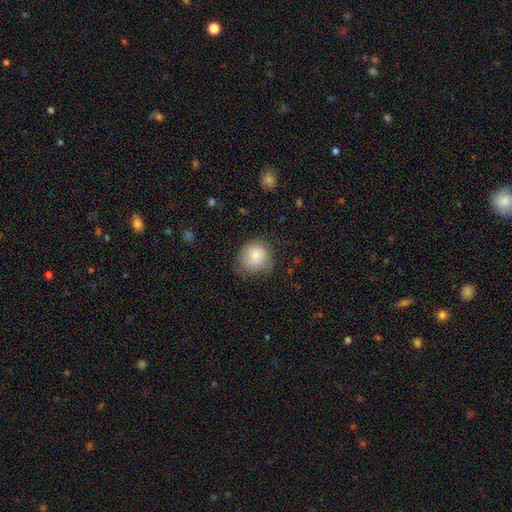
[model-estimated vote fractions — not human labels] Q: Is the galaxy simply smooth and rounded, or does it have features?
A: smooth — 80%.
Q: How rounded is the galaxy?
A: round — 82%.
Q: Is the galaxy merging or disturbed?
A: none — 64%.